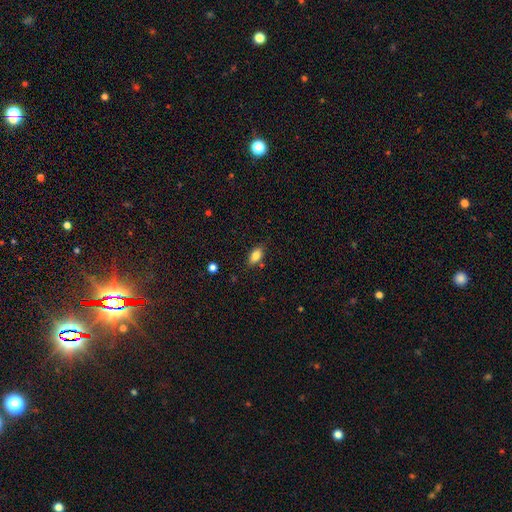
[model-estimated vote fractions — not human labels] Smooth or featured? Predicted: smooth (p=0.83). How rounded? Predicted: in between (p=0.88). Merging? Predicted: none (p=0.81).